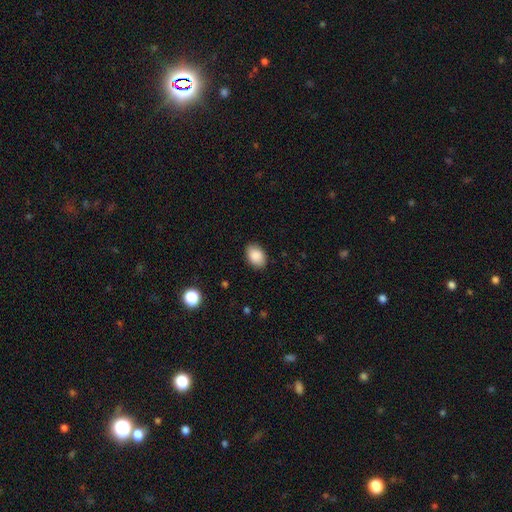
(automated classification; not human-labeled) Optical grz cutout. It shows a smooth galaxy with no disk features (89%) that is in between round and cigar-shaped (85%). Merging: none (87%).